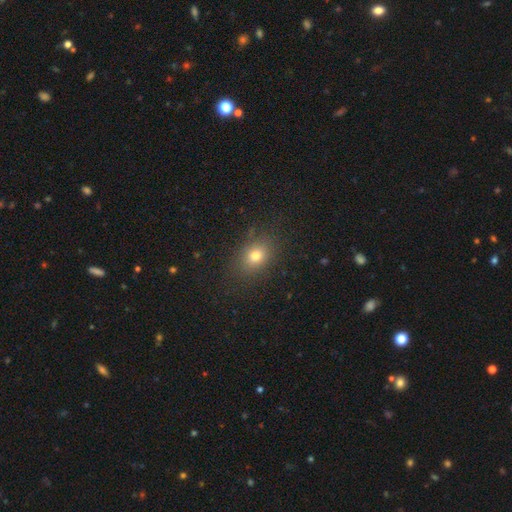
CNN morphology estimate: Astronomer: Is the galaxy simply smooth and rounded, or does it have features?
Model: smooth — 74%.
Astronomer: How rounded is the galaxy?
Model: in between — 57% (runner-up: round, 42%).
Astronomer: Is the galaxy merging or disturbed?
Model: none — 83%.